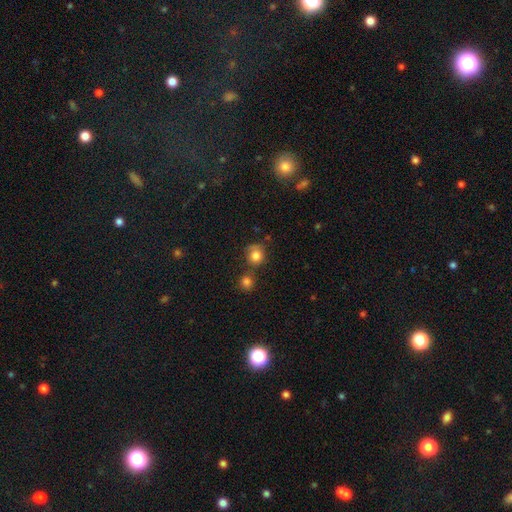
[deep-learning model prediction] smooth-or-featured: smooth: 82% | star or artifact: 11% | featured or disk: 7%
  how-rounded: round: 87% | in between: 12% | cigar-shaped: 1%
  merging: none: 62% | merger: 18% | minor disturbance: 15% | major disturbance: 5%